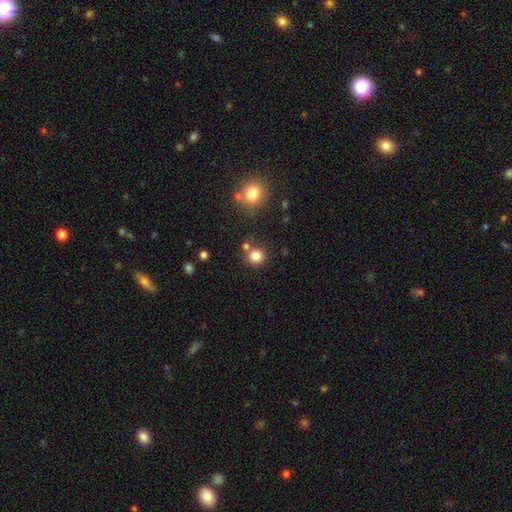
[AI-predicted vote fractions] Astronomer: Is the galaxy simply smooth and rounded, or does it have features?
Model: smooth — 82%.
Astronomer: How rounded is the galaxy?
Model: round — 91%.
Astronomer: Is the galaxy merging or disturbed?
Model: none — 75%.